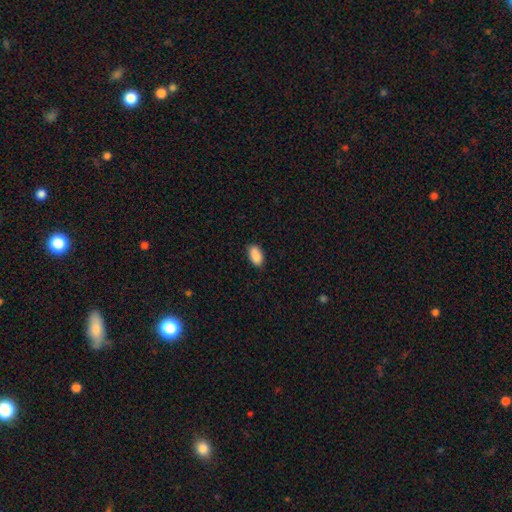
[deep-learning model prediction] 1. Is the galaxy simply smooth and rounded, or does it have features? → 90% smooth, 7% star or artifact, 3% featured or disk.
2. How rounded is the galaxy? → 93% in between, 4% round, 4% cigar-shaped.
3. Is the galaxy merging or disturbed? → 84% none, 12% minor disturbance, 2% major disturbance, 1% merger.